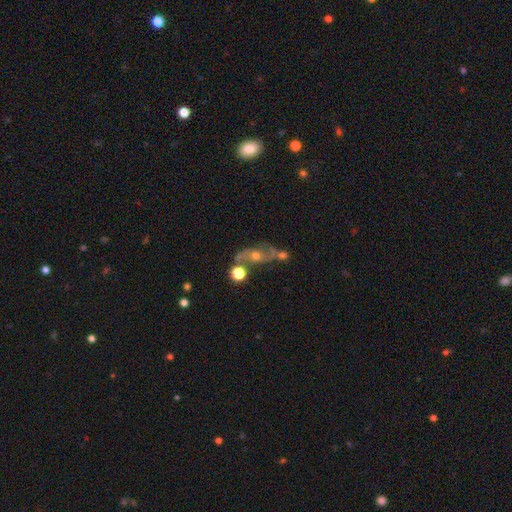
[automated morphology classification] Smooth or featured? Predicted: featured or disk (p=0.72). Edge-on disk? Predicted: no (p=0.93). Bar? Predicted: no (p=0.69). Spiral arms? Predicted: yes (p=0.85). Spiral winding? Predicted: loose (p=0.57). Spiral arm count? Predicted: 2 (p=0.89). Bulge size? Predicted: moderate (p=0.62). Merging? Predicted: none (p=0.52).